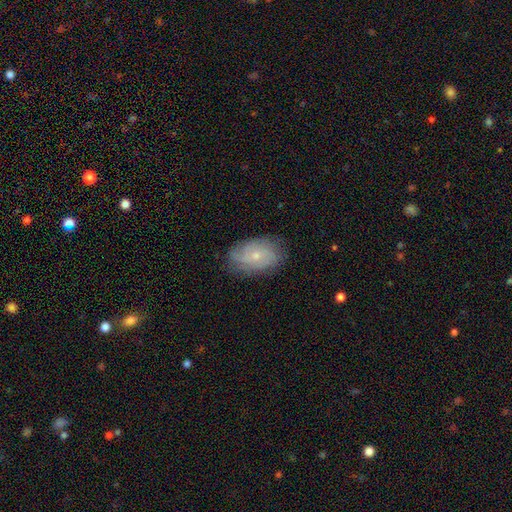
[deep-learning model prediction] smooth_or_featured: featured or disk (p=0.56) [alt: smooth p=0.36]
disk_edge_on: no (p=0.95) [alt: yes p=0.05]
bar: no (p=0.76) [alt: weak p=0.21]
has_spiral_arms: yes (p=0.83) [alt: no p=0.17]
bulge_size: small (p=0.70) [alt: moderate p=0.26]
merging: none (p=0.77) [alt: minor disturbance p=0.18]